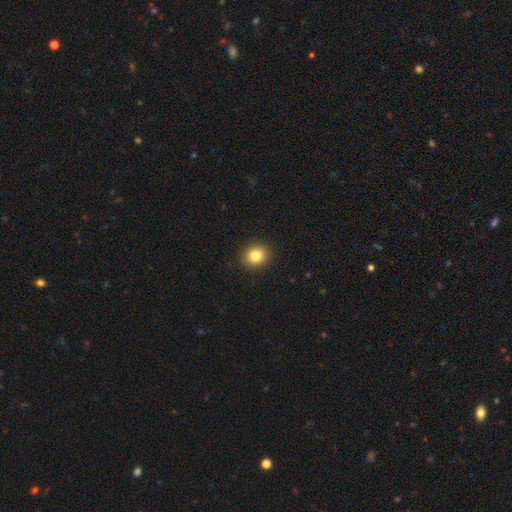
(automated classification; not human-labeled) This is clearly a smooth galaxy (84%). How rounded: likely round (75%). Merging: clearly none (91%).